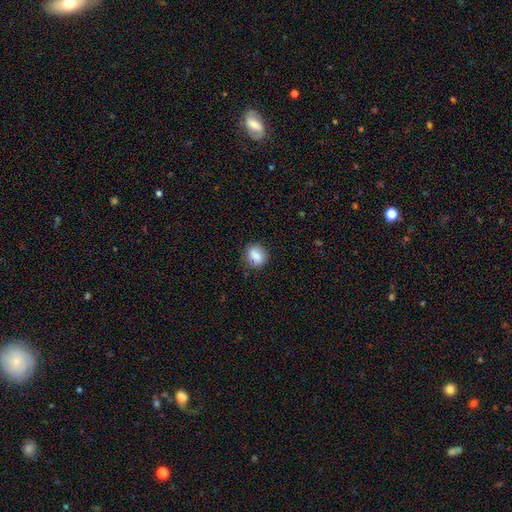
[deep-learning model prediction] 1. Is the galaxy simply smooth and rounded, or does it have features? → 79% smooth, 12% featured or disk, 9% star or artifact.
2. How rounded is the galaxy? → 56% round, 41% in between, 3% cigar-shaped.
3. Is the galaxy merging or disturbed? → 77% none, 16% minor disturbance, 4% major disturbance, 3% merger.